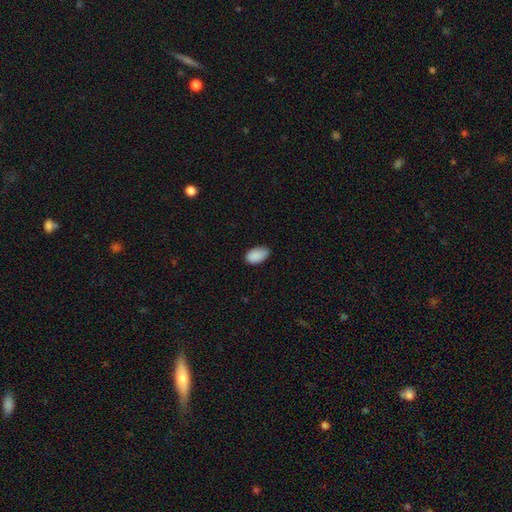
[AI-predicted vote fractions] This is clearly a smooth galaxy (90%). How rounded: clearly in between (93%). Merging: likely none (70%).